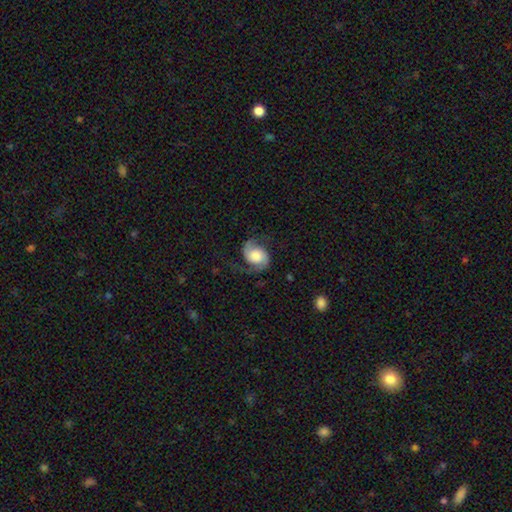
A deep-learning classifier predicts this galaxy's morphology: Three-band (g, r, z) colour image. It shows a featured or disk galaxy (79%) with no bar (69%), 2 (91%) medium (42%, tied with loose) spiral arms (96%) and a large central bulge (42%). Merging: none (65%).